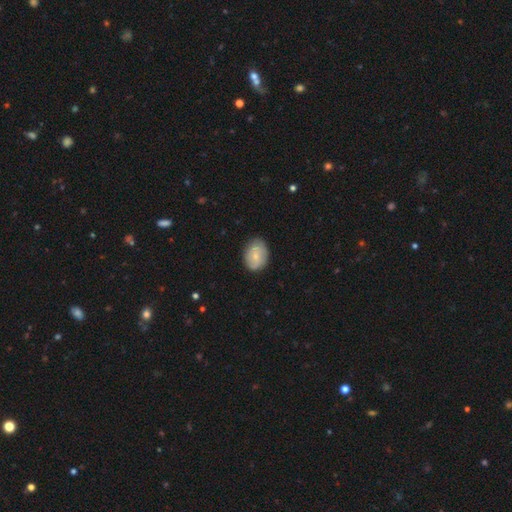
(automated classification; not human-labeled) A smooth galaxy with no disk features (67%) that is in between round and cigar-shaped (68%). Merging: none (79%).